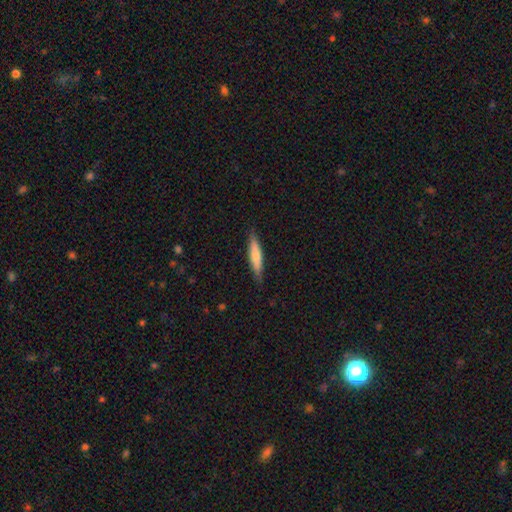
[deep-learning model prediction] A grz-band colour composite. It shows a smooth galaxy with no disk features (69%) that is cigar-shaped (83%). Merging: none (86%).